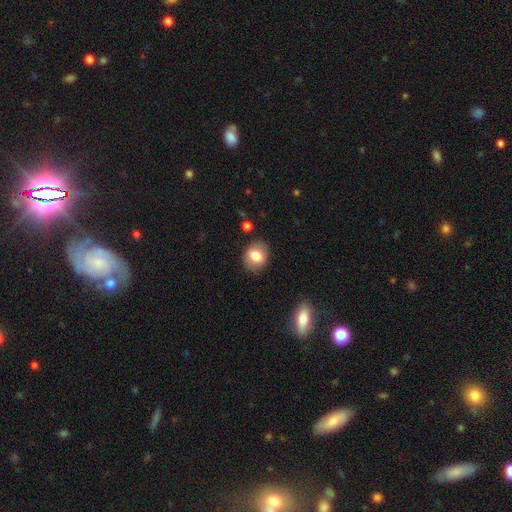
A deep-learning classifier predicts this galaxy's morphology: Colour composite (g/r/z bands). It shows a smooth galaxy with no disk features (78%) that is round (54%). Merging: none (84%).